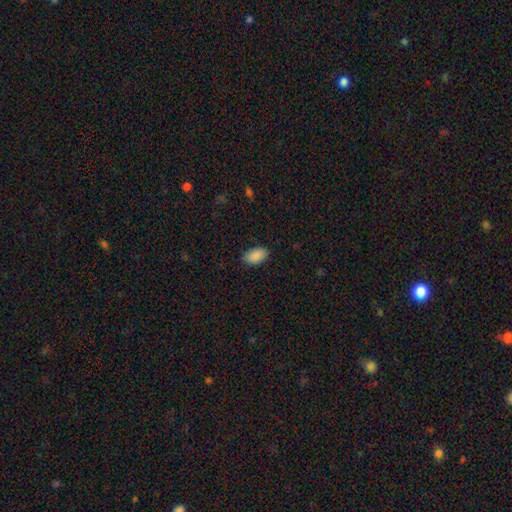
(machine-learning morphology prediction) Overall: smooth (89%). How rounded: in between (94%). Merging: none (86%).